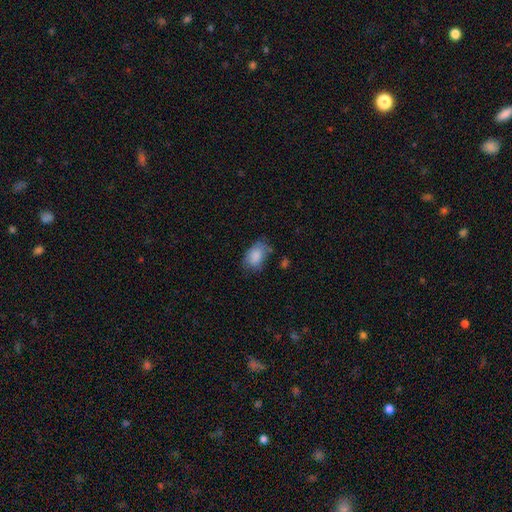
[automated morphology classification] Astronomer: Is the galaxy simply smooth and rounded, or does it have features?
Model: smooth — 84%.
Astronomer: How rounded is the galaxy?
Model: in between — 87%.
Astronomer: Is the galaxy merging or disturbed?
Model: none — 56%.